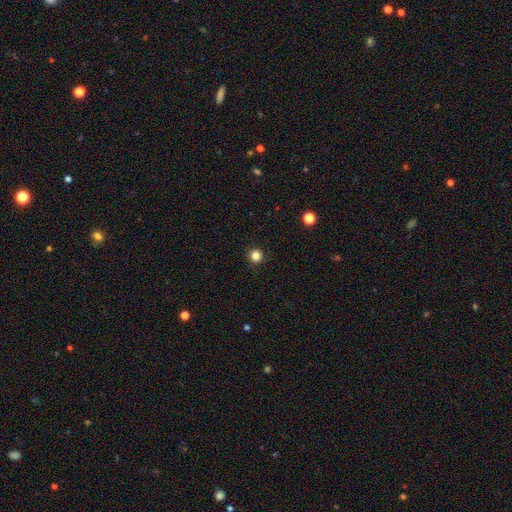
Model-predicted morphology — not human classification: The model was most divided on "smooth or featured": smooth: 84%, star or artifact: 13%, featured or disk: 4%. More confident: how rounded — round (96%); merging — none (93%).